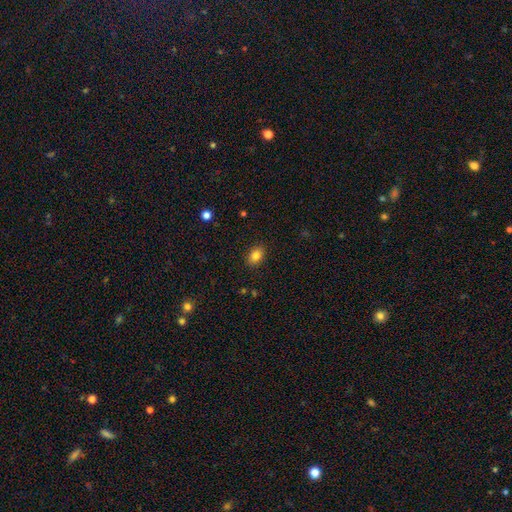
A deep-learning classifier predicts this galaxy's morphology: smooth-or-featured: smooth: 83% | star or artifact: 10% | featured or disk: 7%
  how-rounded: in between: 79% | round: 20% | cigar-shaped: 1%
  merging: none: 88% | minor disturbance: 9% | major disturbance: 2% | merger: 1%